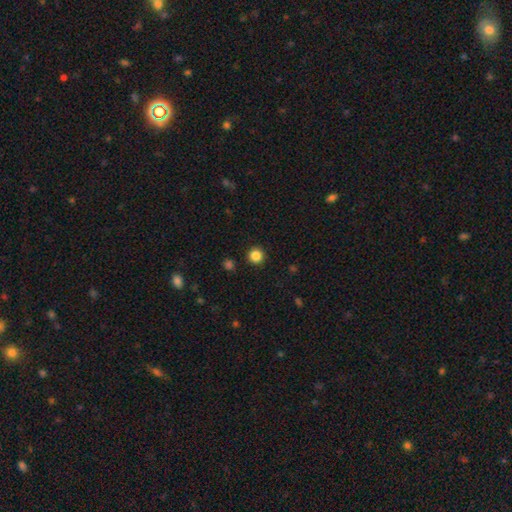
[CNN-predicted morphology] Smooth or featured?
  - smooth: 85% *
  - star or artifact: 11%
  - featured or disk: 3%
How rounded?
  - round: 96% *
  - in between: 3%
  - cigar-shaped: 1%
Merging?
  - none: 93% *
  - minor disturbance: 4%
  - major disturbance: 2%
  - merger: 1%